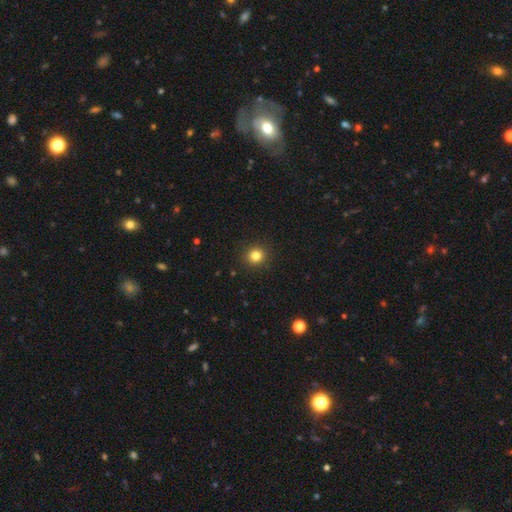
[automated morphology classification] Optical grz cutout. It shows a smooth galaxy with no disk features (83%) that is round (92%). Merging: none (92%).